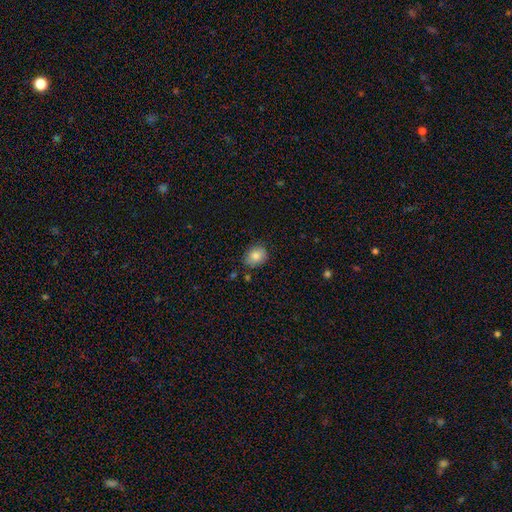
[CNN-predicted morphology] Overall: smooth (84%). How rounded: in between (51%; round 48%). Merging: none (78%).